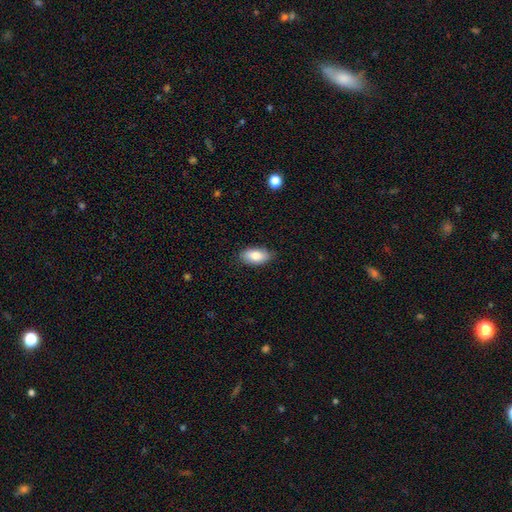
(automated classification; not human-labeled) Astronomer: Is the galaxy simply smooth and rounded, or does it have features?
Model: smooth — 83%.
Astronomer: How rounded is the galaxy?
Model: in between — 92%.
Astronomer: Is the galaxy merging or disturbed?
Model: none — 84%.